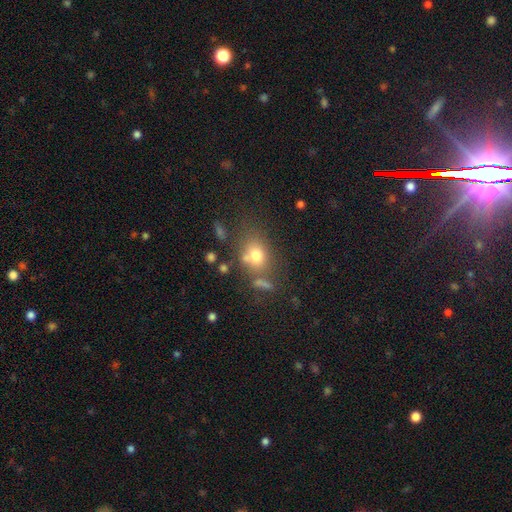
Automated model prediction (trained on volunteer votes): This appears to be a smooth galaxy with no disk features (73%) that is in between round and cigar-shaped (50%). Merging: none (56%).